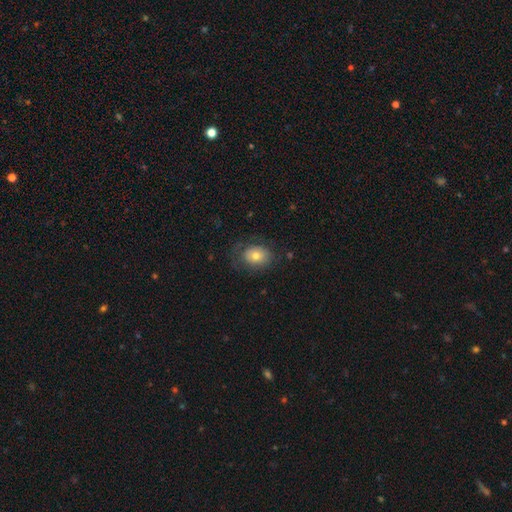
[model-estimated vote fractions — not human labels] A smooth galaxy with no disk features (70%) that is in between round and cigar-shaped (58%). Merging: none (67%).